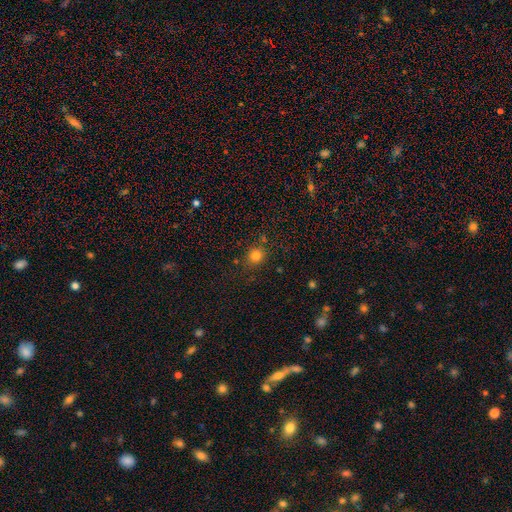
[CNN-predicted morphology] smooth 80%, star or artifact 14%, featured or disk 6%. Down the decision tree: how rounded — round (81%); merging — none (81%).